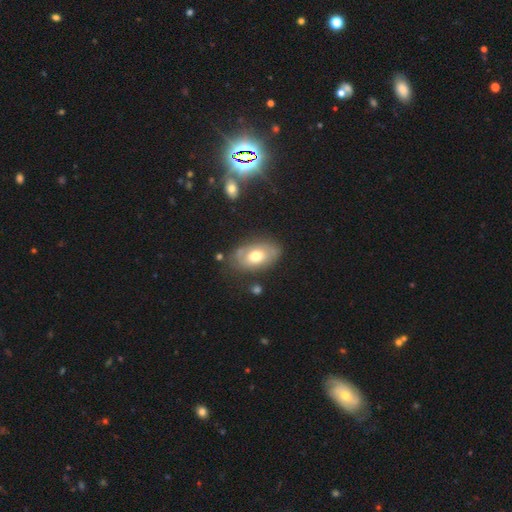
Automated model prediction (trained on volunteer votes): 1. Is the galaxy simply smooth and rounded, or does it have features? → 47% smooth (tied), 47% featured or disk (tied), 7% star or artifact.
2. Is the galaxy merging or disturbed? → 71% none, 19% minor disturbance, 7% major disturbance, 3% merger.